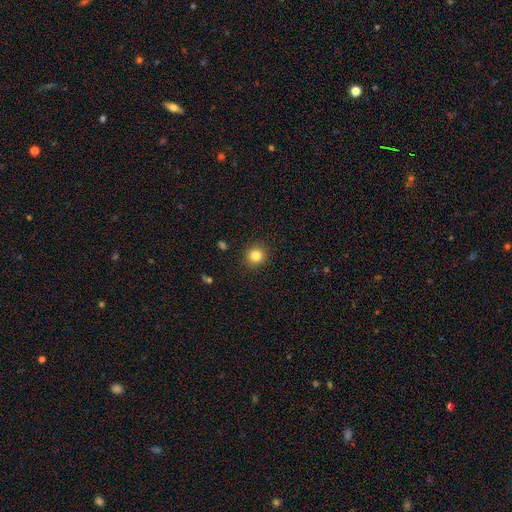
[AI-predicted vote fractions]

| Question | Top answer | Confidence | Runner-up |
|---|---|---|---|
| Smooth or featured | smooth | 84% | star or artifact (11%) |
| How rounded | round | 92% | in between (7%) |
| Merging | none | 91% | minor disturbance (6%) |